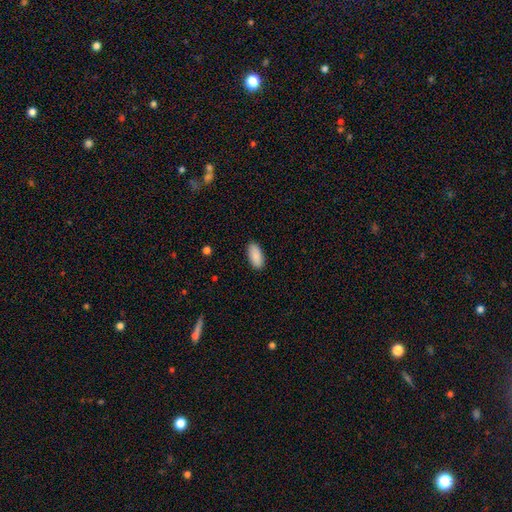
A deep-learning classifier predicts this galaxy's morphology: Smooth or featured?
  - smooth: 90% *
  - star or artifact: 6%
  - featured or disk: 4%
How rounded?
  - in between: 92% *
  - cigar-shaped: 6%
  - round: 2%
Merging?
  - none: 90% *
  - minor disturbance: 8%
  - major disturbance: 2%
  - merger: 1%